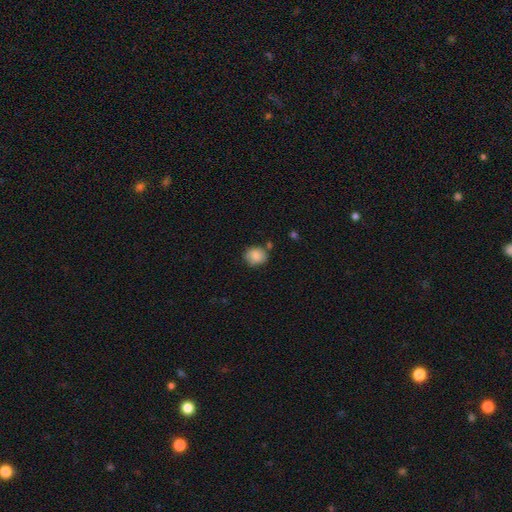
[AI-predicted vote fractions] smooth-or-featured: smooth: 85% | star or artifact: 8% | featured or disk: 7%
  how-rounded: round: 75% | in between: 24% | cigar-shaped: 1%
  merging: none: 75% | minor disturbance: 16% | merger: 6% | major disturbance: 3%